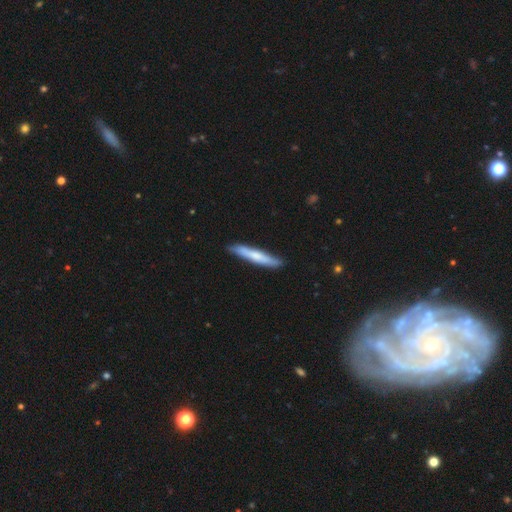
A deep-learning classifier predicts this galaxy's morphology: The model was most divided on "smooth or featured": smooth: 63%, featured or disk: 33%, star or artifact: 5%. More confident: how rounded — cigar-shaped (93%); merging — none (87%).